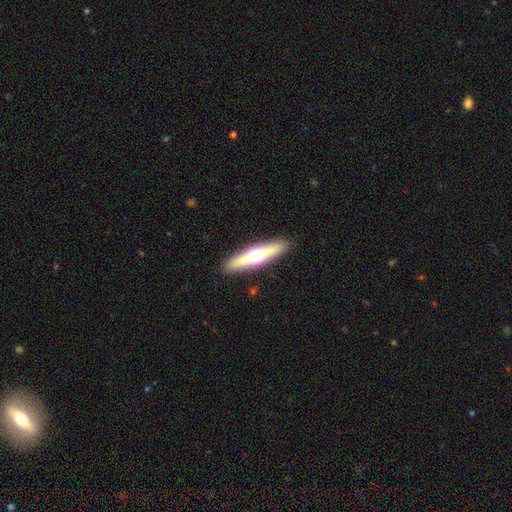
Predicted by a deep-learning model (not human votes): The model was most divided on "smooth or featured": featured or disk: 50%, smooth: 44%, star or artifact: 6%. More confident: merging — none (90%).